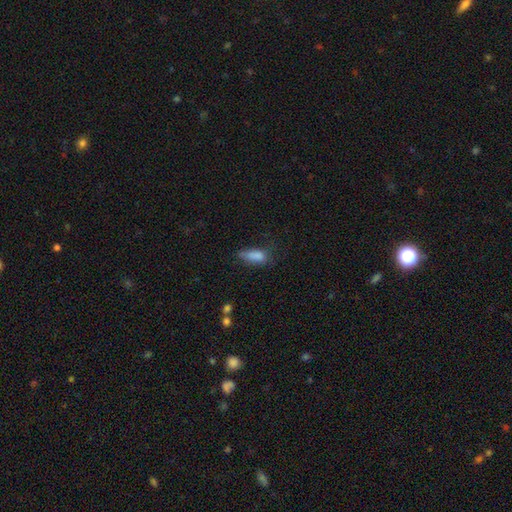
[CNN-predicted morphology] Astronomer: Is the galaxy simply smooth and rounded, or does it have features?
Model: smooth — 80%.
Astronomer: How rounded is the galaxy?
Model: in between — 73%.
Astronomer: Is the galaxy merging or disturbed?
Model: none — 42% (runner-up: minor disturbance, 34%).